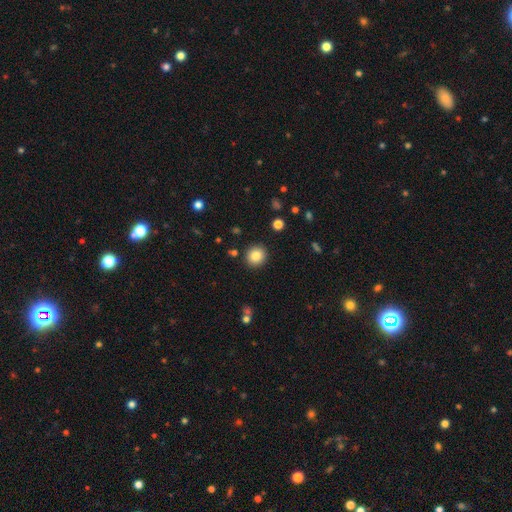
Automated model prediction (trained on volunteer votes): smooth 85%, star or artifact 10%, featured or disk 6%. Down the decision tree: how rounded — round (89%); merging — none (90%).